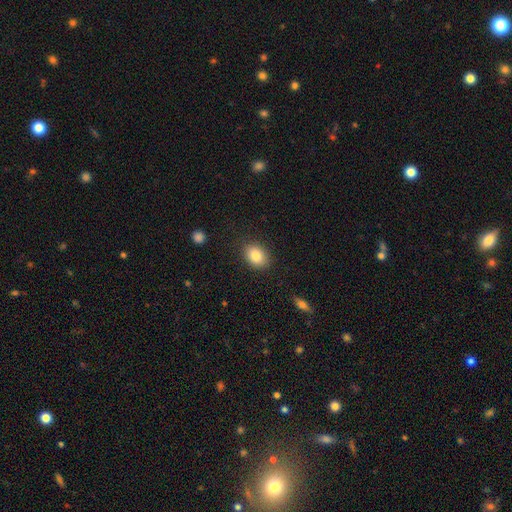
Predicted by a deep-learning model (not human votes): This is clearly a smooth galaxy (84%). How rounded: likely in between (70%). Merging: clearly none (86%).